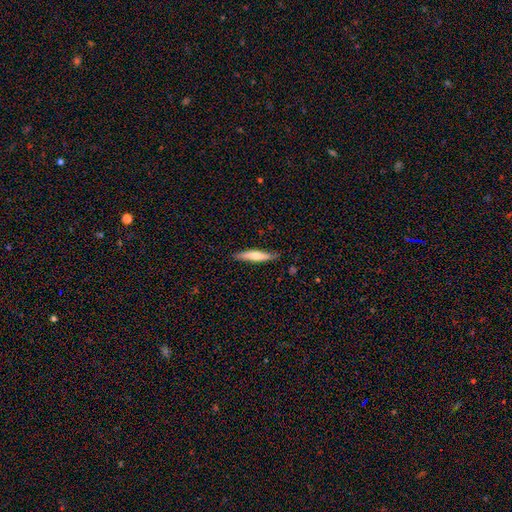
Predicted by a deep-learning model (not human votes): Smooth or featured: smooth — 58% (featured or disk — 37%)
How rounded: cigar-shaped — 84% (in between — 15%)
Merging: none — 82% (minor disturbance — 14%)